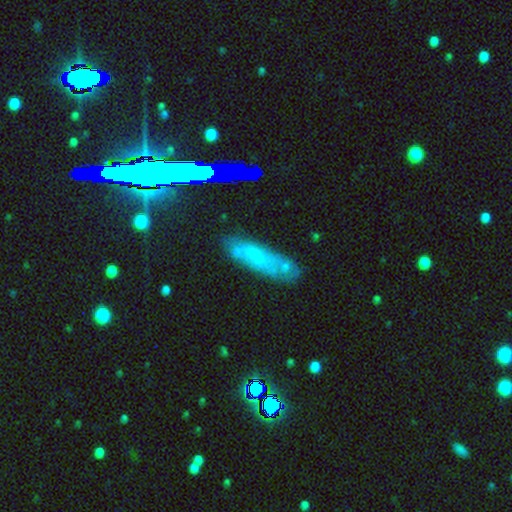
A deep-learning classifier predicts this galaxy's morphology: smooth 55%, featured or disk 28%, star or artifact 17%. Down the decision tree: how rounded — cigar-shaped (66%); merging — none (69%).